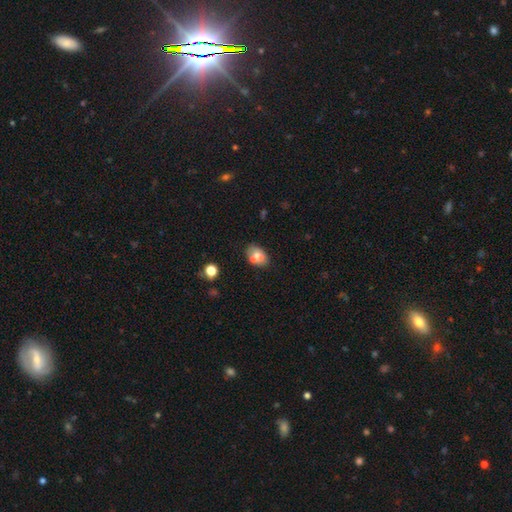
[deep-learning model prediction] A smooth galaxy with no disk features (67%) that is in between round and cigar-shaped (78%). Merging: none (49%).